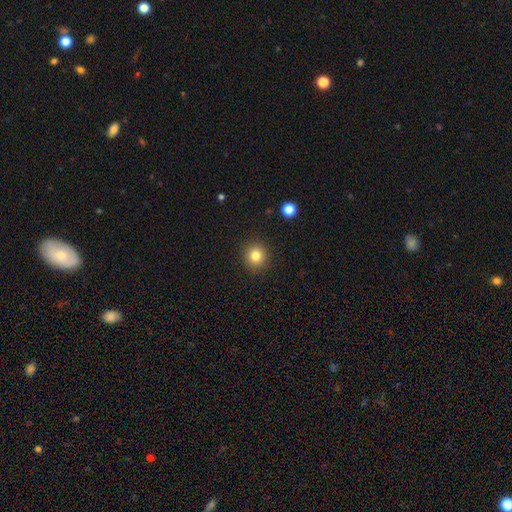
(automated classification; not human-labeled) Smooth or featured?
  - smooth: 81% *
  - star or artifact: 12%
  - featured or disk: 6%
How rounded?
  - round: 92% *
  - in between: 7%
  - cigar-shaped: 1%
Merging?
  - none: 91% *
  - minor disturbance: 6%
  - major disturbance: 2%
  - merger: 1%